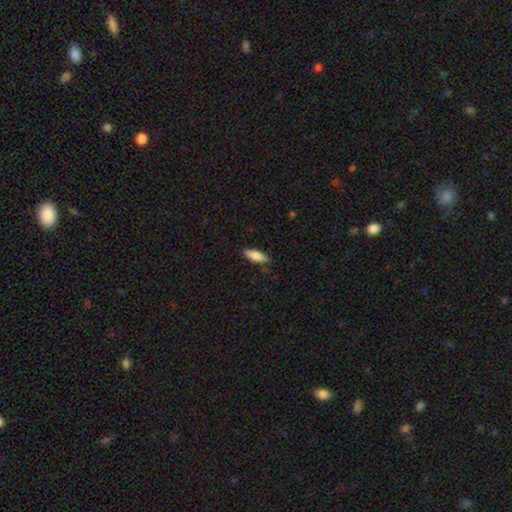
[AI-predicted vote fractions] Morphology: type=smooth (81%); roundness=in between (55%); merging=none (84%).